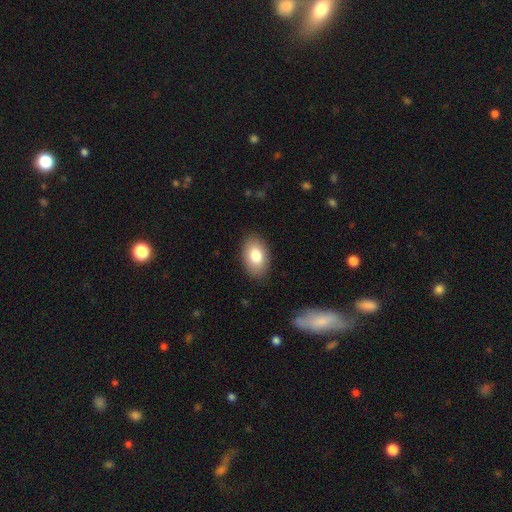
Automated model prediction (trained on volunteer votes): Morphology: type=smooth (81%); roundness=in between (89%); merging=none (87%).